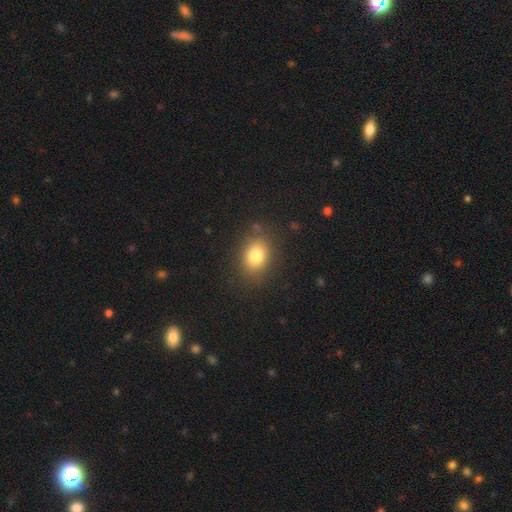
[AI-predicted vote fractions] Smooth or featured? Predicted: smooth (p=0.80). How rounded? Predicted: in between (p=0.58). Merging? Predicted: none (p=0.83).